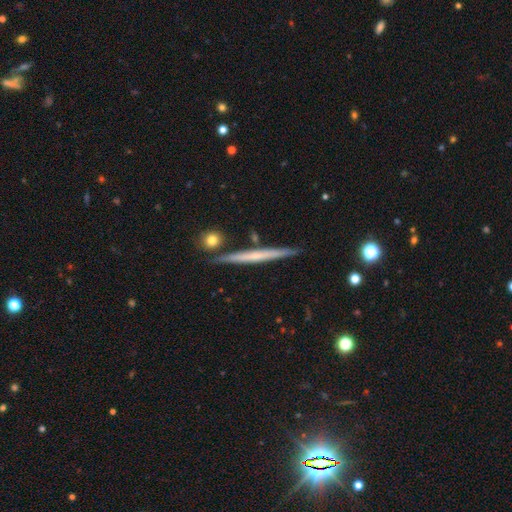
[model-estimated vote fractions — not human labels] Morphology: type=featured or disk (56%); edge-on=yes (97%); edge-on bulge=none (81%); merging=none (87%).